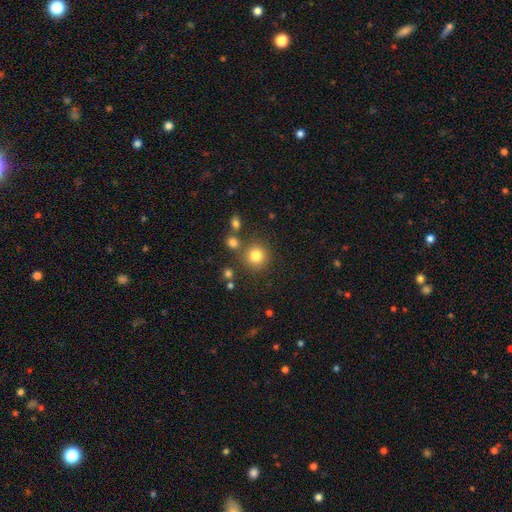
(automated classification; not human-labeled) smooth 81%, star or artifact 12%, featured or disk 7%. Down the decision tree: how rounded — round (93%); merging — none (80%).